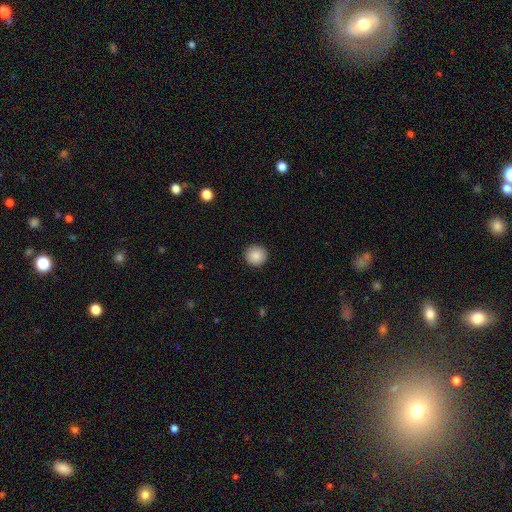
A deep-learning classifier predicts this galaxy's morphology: The model was most divided on "smooth or featured": smooth: 87%, star or artifact: 9%, featured or disk: 4%. More confident: how rounded — round (94%); merging — none (93%).